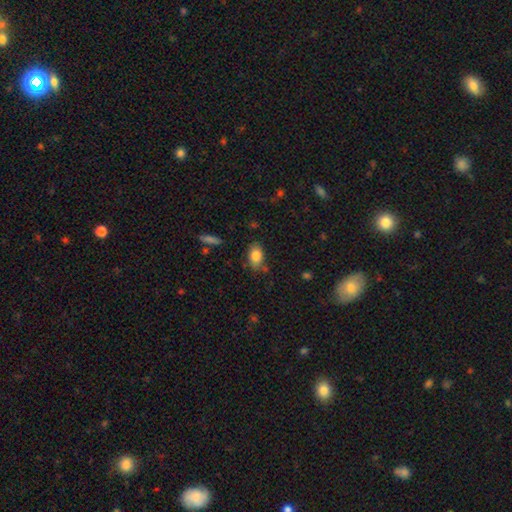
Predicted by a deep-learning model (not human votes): This appears to be a smooth galaxy with no disk features (83%) that is in between round and cigar-shaped (85%). Merging: none (73%).